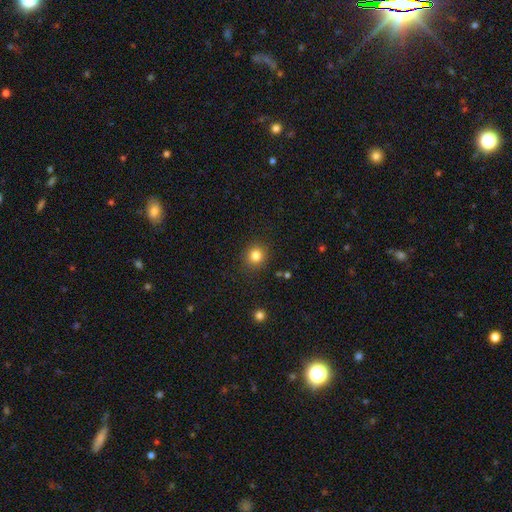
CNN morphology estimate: The model was most divided on "smooth or featured": smooth: 82%, star or artifact: 12%, featured or disk: 6%. More confident: merging — none (89%); how rounded — round (86%).